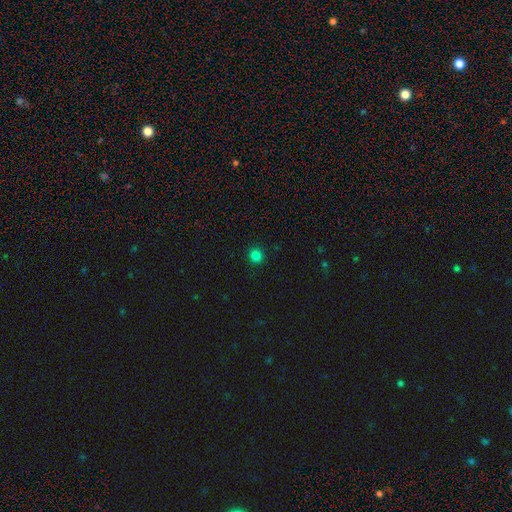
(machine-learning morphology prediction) Smooth or featured? Predicted: smooth (p=0.81). How rounded? Predicted: round (p=0.93). Merging? Predicted: none (p=0.93).